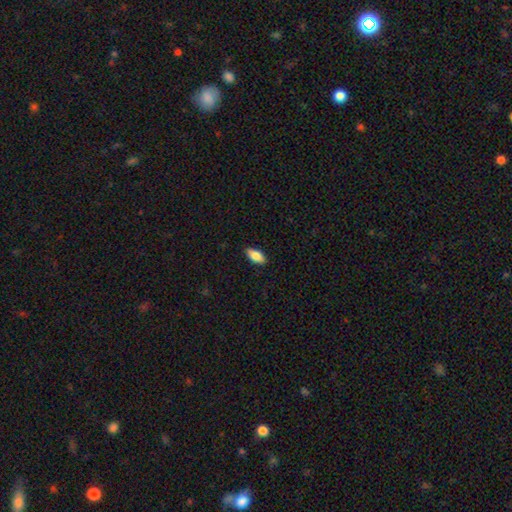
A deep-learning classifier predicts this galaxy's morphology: smooth-or-featured: smooth: 84% | featured or disk: 9% | star or artifact: 7%
  how-rounded: in between: 90% | cigar-shaped: 7% | round: 2%
  merging: none: 89% | minor disturbance: 9% | major disturbance: 2% | merger: 1%